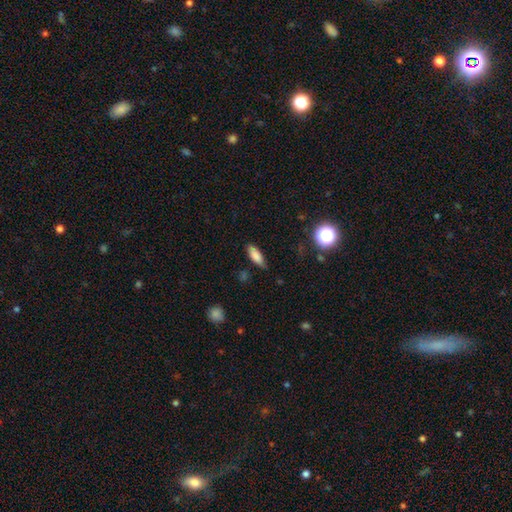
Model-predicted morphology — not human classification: This appears to be a smooth galaxy with no disk features (83%) that is in between round and cigar-shaped (63%). Merging: none (79%).